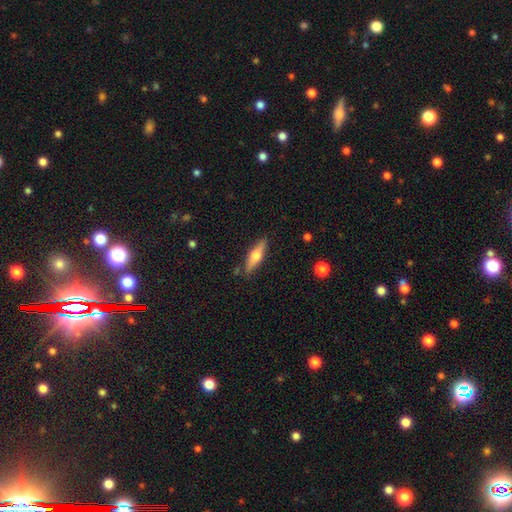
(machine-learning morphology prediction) smooth 49%, featured or disk 45%, star or artifact 6%. Down the decision tree: merging — none (84%).